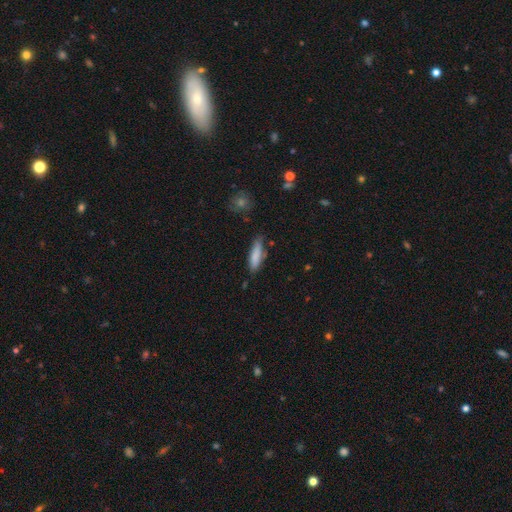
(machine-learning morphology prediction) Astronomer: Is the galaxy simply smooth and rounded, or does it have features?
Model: smooth — 83%.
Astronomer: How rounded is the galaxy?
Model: cigar-shaped — 67%.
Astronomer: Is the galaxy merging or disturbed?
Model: none — 73%.